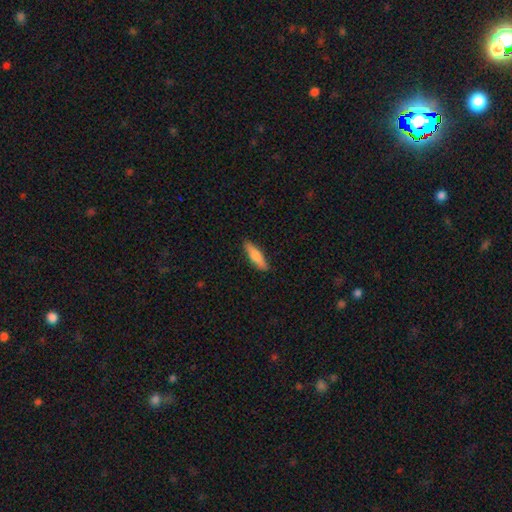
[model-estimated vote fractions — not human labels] Morphology: type=smooth (72%); roundness=cigar-shaped (65%); merging=none (88%).